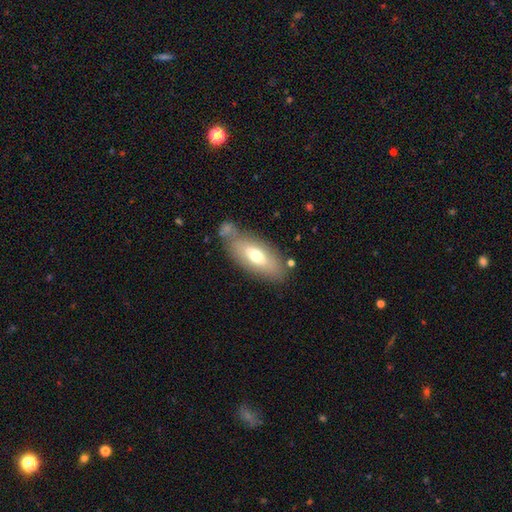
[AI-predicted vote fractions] A smooth galaxy with no disk features (61%) that is in between round and cigar-shaped (83%). Merging: none (61%).